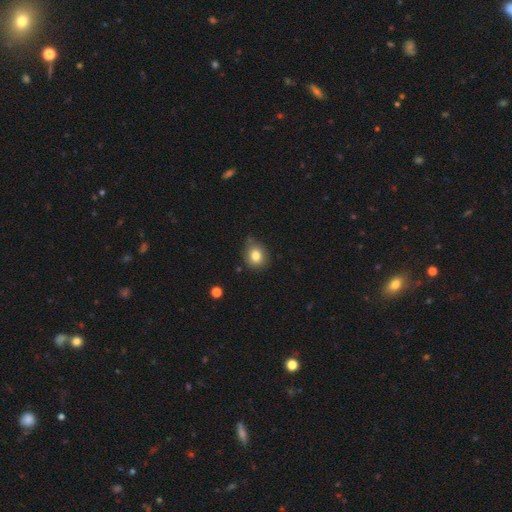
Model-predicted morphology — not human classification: The model was most divided on "how rounded": round: 67%, in between: 32%, cigar-shaped: 1%. More confident: smooth or featured — smooth (82%); merging — none (73%).